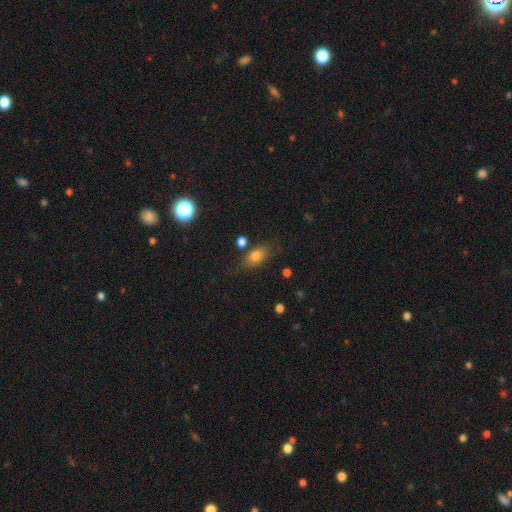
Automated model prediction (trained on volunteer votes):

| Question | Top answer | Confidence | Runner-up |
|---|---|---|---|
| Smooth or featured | smooth | 78% | featured or disk (12%) |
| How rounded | in between | 83% | round (11%) |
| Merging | none | 71% | minor disturbance (18%) |